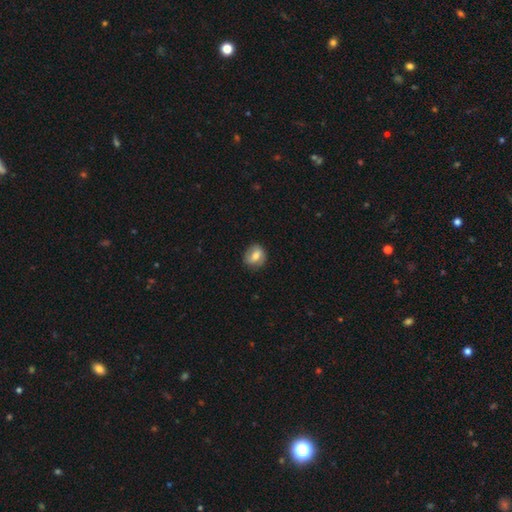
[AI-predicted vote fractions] Smooth or featured? Predicted: smooth (p=0.59). How rounded? Predicted: round (p=0.64). Merging? Predicted: none (p=0.79).